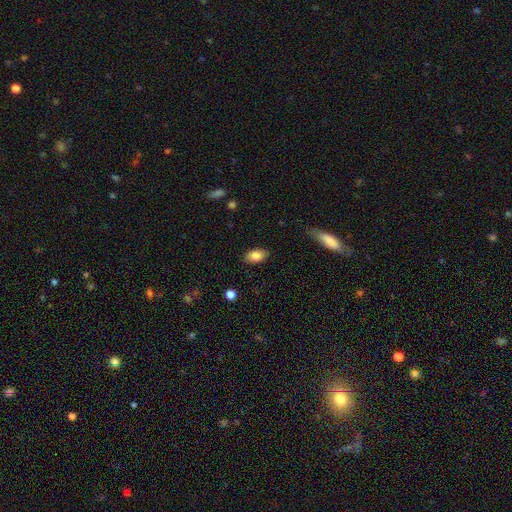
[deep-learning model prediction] smooth_or_featured: smooth (p=0.83) [alt: featured or disk p=0.10]
how_rounded: in between (p=0.92) [alt: round p=0.06]
merging: none (p=0.84) [alt: minor disturbance p=0.12]